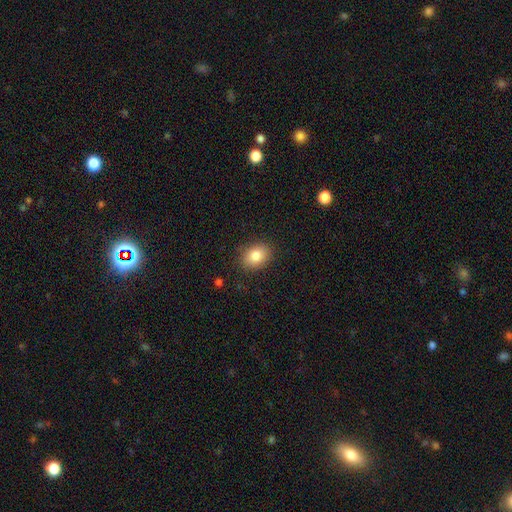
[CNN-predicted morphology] Smooth or featured: smooth — 83% (star or artifact — 9%)
How rounded: in between — 67% (round — 32%)
Merging: none — 87% (minor disturbance — 10%)